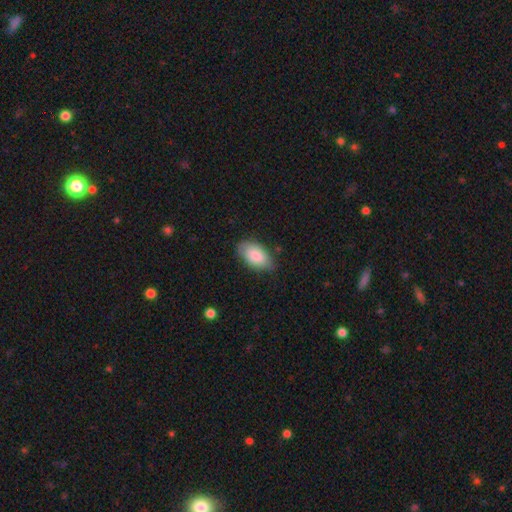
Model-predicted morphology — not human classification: Smooth or featured? smooth (84%)
How rounded? in between (94%)
Merging? none (74%)